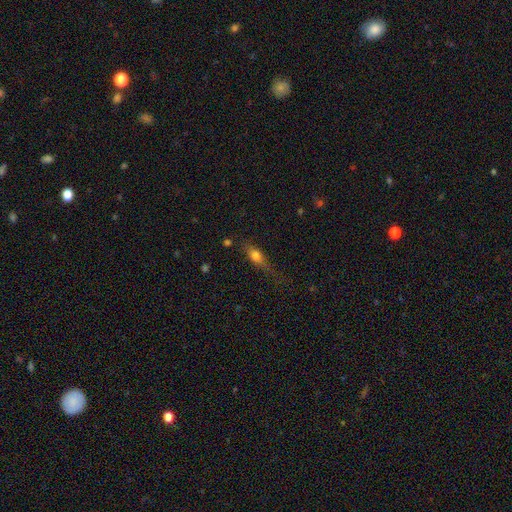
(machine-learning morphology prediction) smooth-or-featured: smooth: 63% | featured or disk: 28% | star or artifact: 10%
  how-rounded: in between: 54% | cigar-shaped: 38% | round: 9%
  merging: none: 60% | minor disturbance: 26% | major disturbance: 11% | merger: 3%